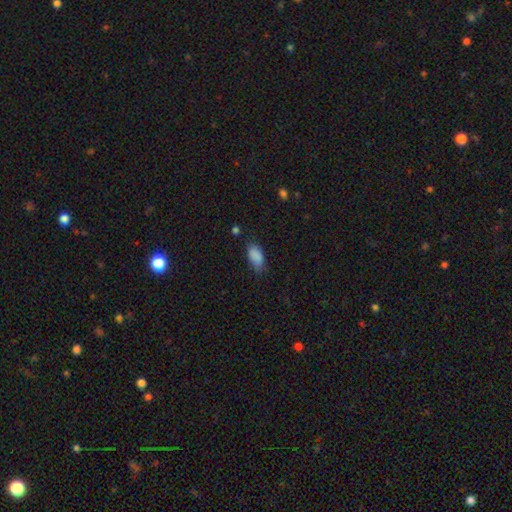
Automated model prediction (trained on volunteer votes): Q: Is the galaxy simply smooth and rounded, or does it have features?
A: smooth — 87%.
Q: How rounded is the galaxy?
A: in between — 92%.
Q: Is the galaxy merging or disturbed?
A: none — 64%.